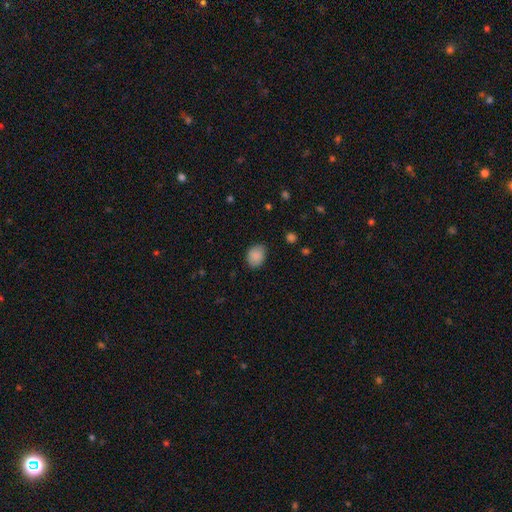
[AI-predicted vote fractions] The model was most divided on "how rounded": in between: 57%, round: 43%, cigar-shaped: 1%. More confident: smooth or featured — smooth (88%); merging — none (79%).